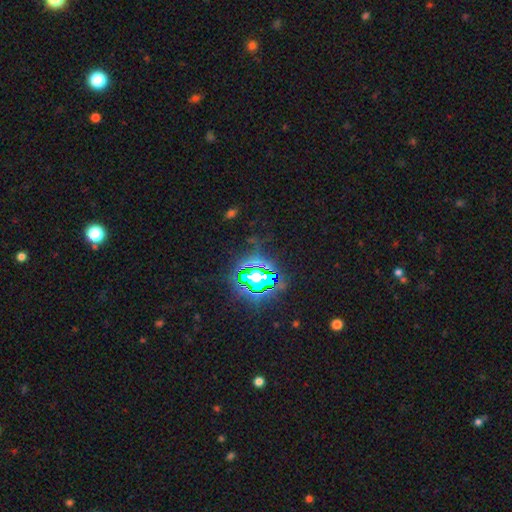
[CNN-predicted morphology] Smooth or featured? star or artifact (81%)